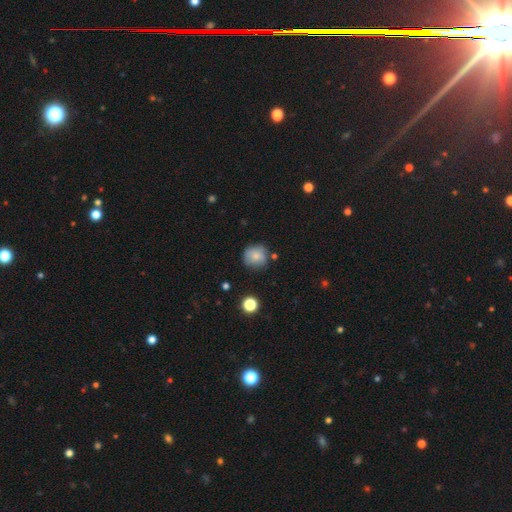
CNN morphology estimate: Smooth or featured? smooth (76%)
How rounded? round (87%)
Merging? none (72%)